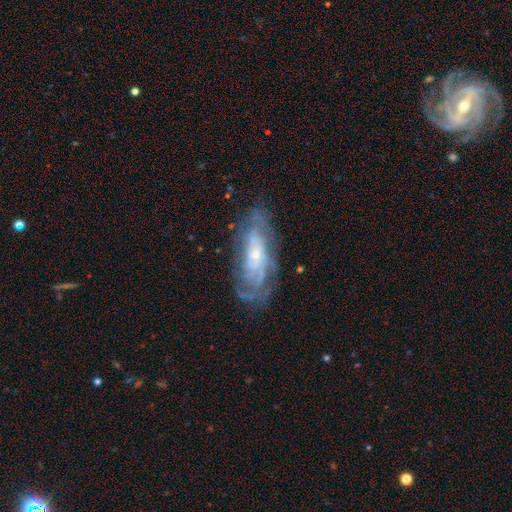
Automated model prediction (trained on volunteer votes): featured or disk 72%, smooth 20%, star or artifact 8%. Down the decision tree: edge-on disk — no (84%); bar — no (71%); spiral arms — yes (80%); bulge size — small (60%); merging — none (68%).